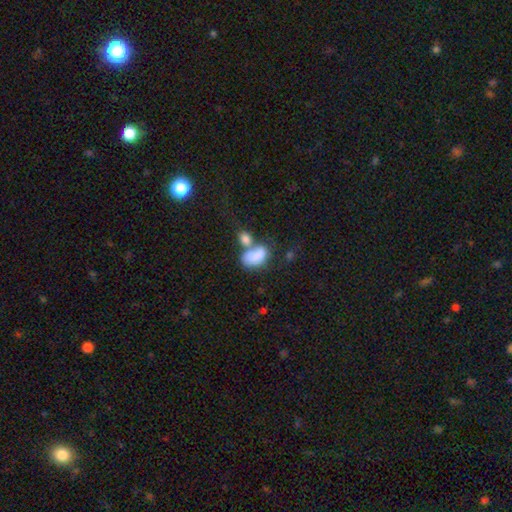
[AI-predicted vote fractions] smooth_or_featured: smooth (p=0.79) [alt: featured or disk p=0.13]
how_rounded: in between (p=0.90) [alt: round p=0.09]
merging: merger (p=0.55) [alt: none p=0.22]